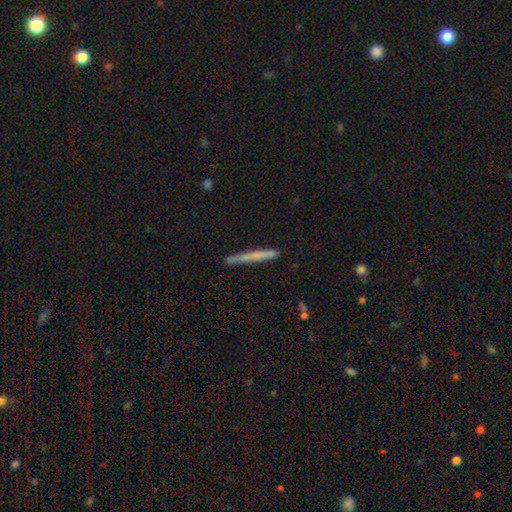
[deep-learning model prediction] smooth 61%, featured or disk 33%, star or artifact 6%. Down the decision tree: how rounded — cigar-shaped (97%); merging — none (87%).